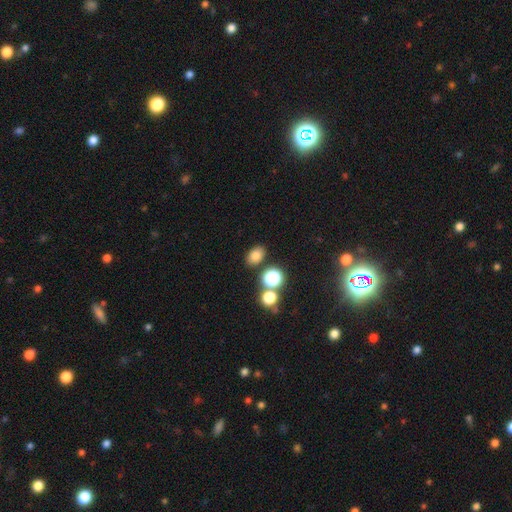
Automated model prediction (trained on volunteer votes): Q: Smooth or featured?
A: smooth (78%); runner-up: star or artifact (15%)
Q: How rounded?
A: in between (77%); runner-up: round (22%)
Q: Merging?
A: none (82%); runner-up: minor disturbance (9%)